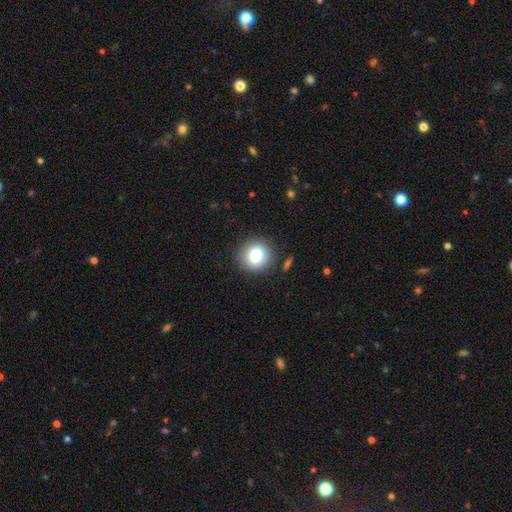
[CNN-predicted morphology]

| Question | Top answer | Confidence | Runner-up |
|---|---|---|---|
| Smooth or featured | smooth | 81% | star or artifact (10%) |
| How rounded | round | 90% | in between (9%) |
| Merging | none | 87% | minor disturbance (8%) |